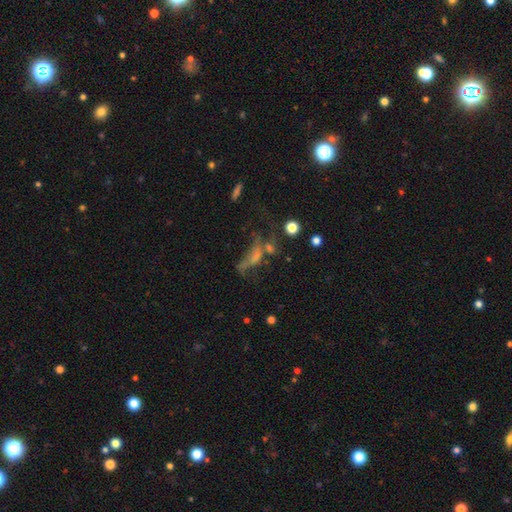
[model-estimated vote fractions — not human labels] featured or disk 40%, star or artifact 30%, smooth 30%. Down the decision tree: merging — major disturbance (35%).